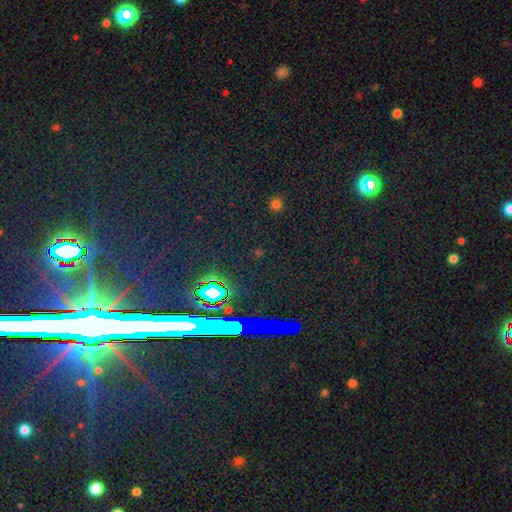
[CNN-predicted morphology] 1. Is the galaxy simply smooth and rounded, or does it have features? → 81% star or artifact, 10% smooth, 8% featured or disk.